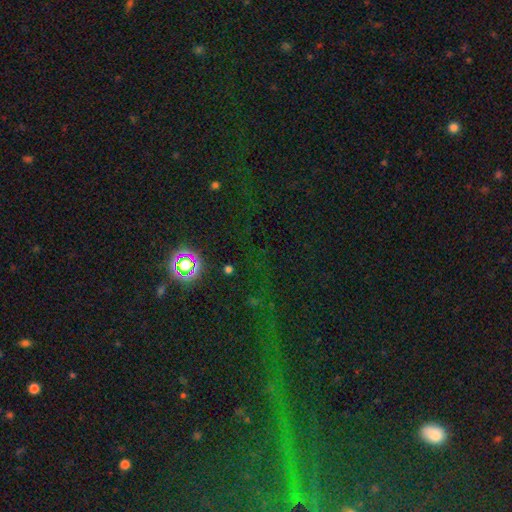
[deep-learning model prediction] A star or artifact, not a galaxy (79%).

Vote fractions:
- Smooth or featured? star or artifact: 79% / smooth: 12% / featured or disk: 9%